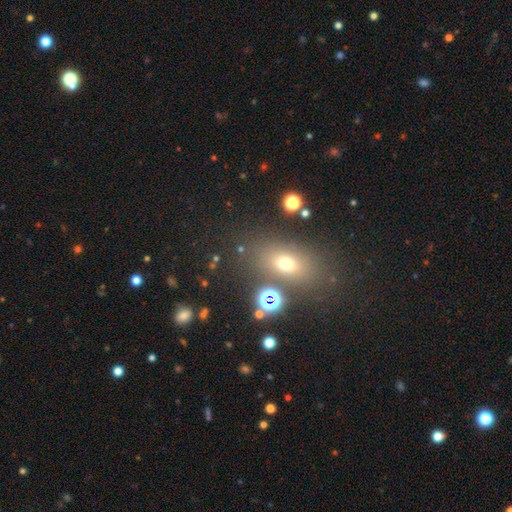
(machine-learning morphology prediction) A smooth galaxy with no disk features (57%) that is in between round and cigar-shaped (71%).

Vote fractions:
- Smooth or featured? smooth: 57% / star or artifact: 28% / featured or disk: 16%
- How rounded? in between: 71% / round: 24% / cigar-shaped: 5%
- Merging? none: 74% / minor disturbance: 11% / merger: 10% / major disturbance: 5%